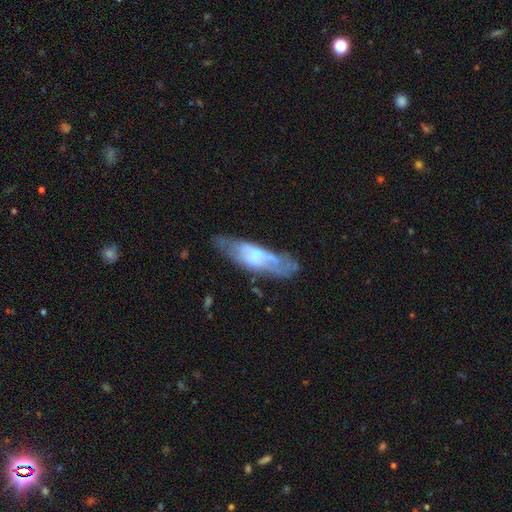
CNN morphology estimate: Smooth or featured: featured or disk — 56% (smooth — 37%)
Edge-on disk: no — 68% (yes — 32%)
Merging: none — 57% (minor disturbance — 25%)